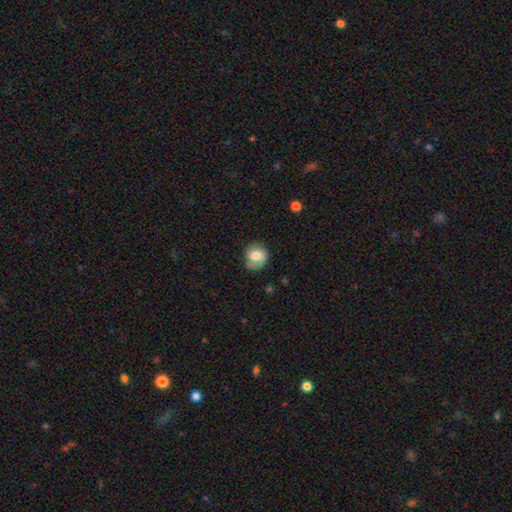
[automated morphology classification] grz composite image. It shows a smooth galaxy with no disk features (69%) that is round (79%). Merging: none (69%).